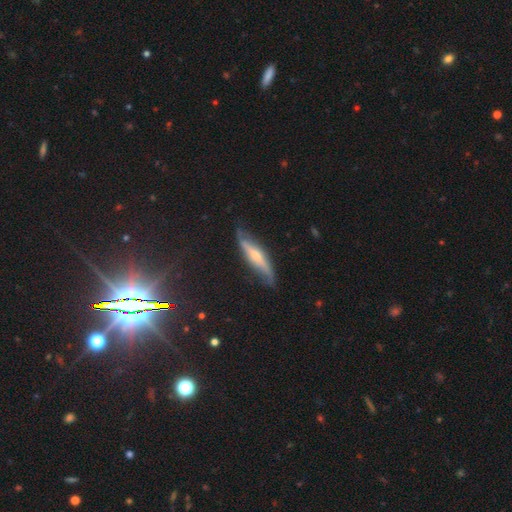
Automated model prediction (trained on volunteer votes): This appears to be a featured or disk galaxy (63%) viewed edge-on (63%). Merging: none (70%).